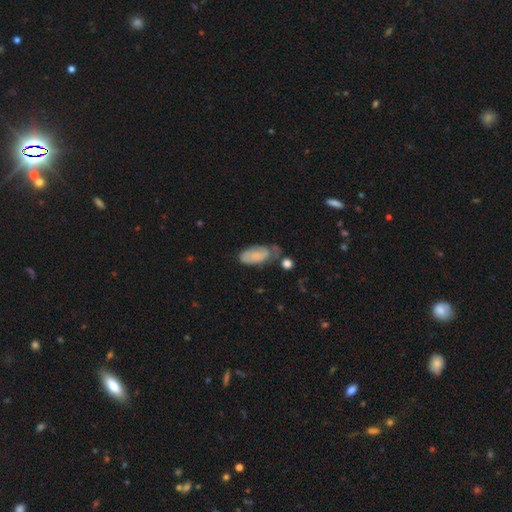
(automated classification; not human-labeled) Q: Smooth or featured?
A: smooth (65%); runner-up: featured or disk (27%)
Q: How rounded?
A: in between (90%); runner-up: cigar-shaped (7%)
Q: Merging?
A: none (39%); runner-up: minor disturbance (33%)